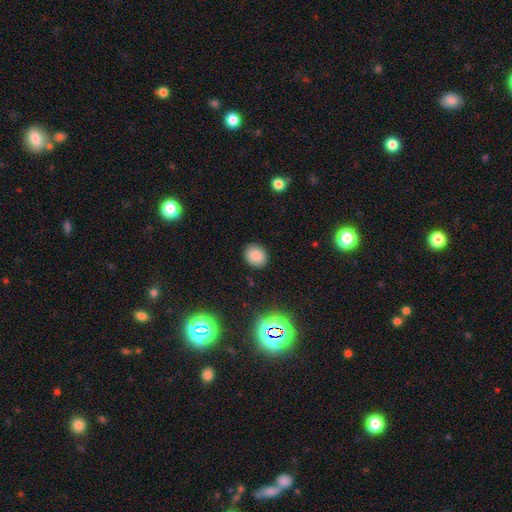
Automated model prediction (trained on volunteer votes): Smooth or featured: smooth — 83% (star or artifact — 12%)
How rounded: round — 62% (in between — 37%)
Merging: none — 88% (minor disturbance — 9%)